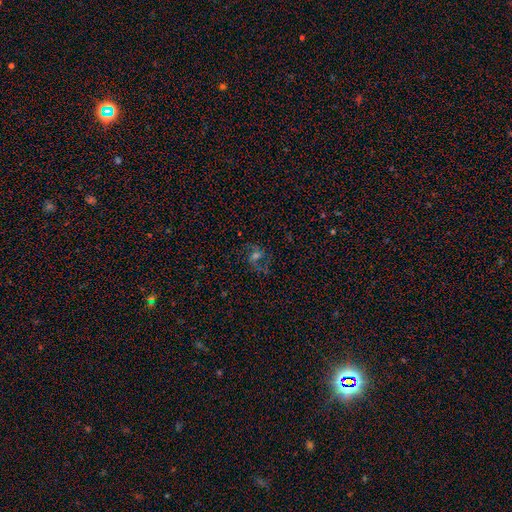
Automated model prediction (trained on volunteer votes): The model was most divided on "bar": weak: 45%, no: 39%, strong: 16%. Remaining: edge-on disk — no (96%); spiral arms — yes (88%); spiral arm count — 2 (86%); merging — none (71%); smooth or featured — featured or disk (60%); bulge size — moderate (51%); spiral winding — medium (48%).